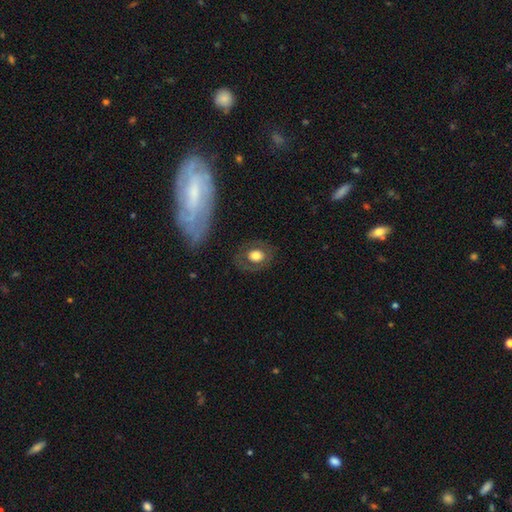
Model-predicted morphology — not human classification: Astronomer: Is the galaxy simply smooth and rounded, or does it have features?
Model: smooth — 61%.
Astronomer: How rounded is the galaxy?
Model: in between — 51% (runner-up: round, 48%).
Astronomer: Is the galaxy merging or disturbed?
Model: none — 81%.